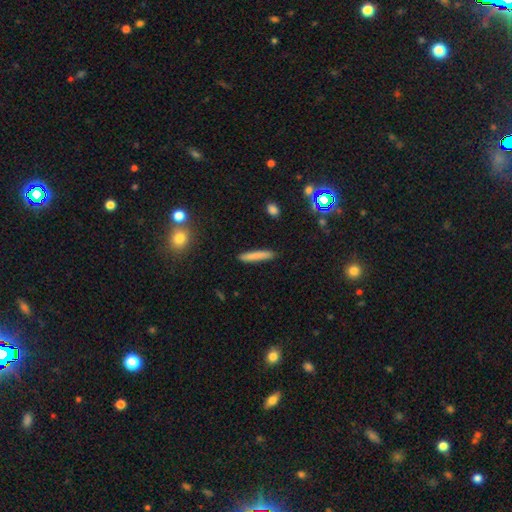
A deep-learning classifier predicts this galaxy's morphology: Overall: smooth (79%). How rounded: cigar-shaped (93%). Merging: none (89%).